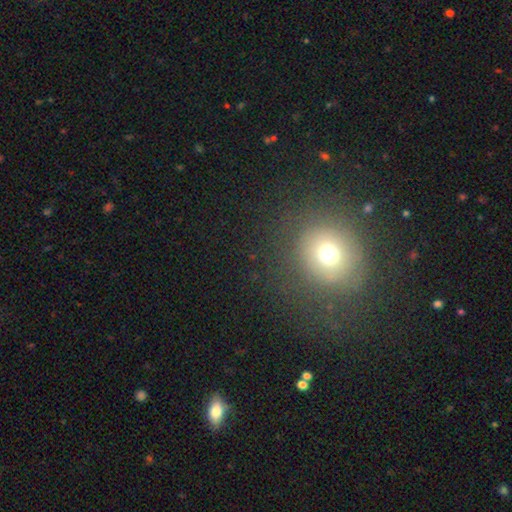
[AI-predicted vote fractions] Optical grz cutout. It shows a smooth galaxy with no disk features (64%) that is round (82%). Merging: none (85%).